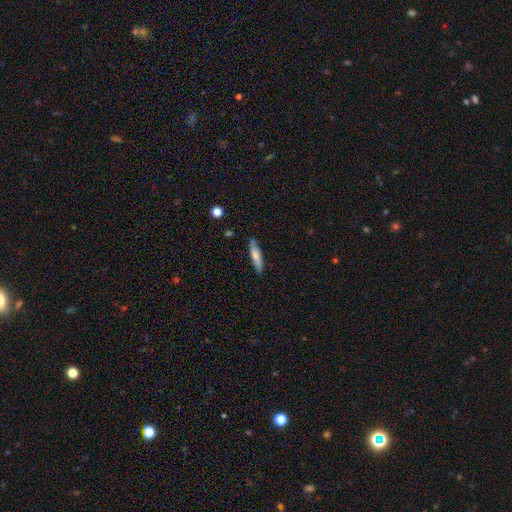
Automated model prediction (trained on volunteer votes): A smooth galaxy with no disk features (70%) that is cigar-shaped (81%).

Vote fractions:
- Smooth or featured? smooth: 70% / featured or disk: 24% / star or artifact: 6%
- How rounded? cigar-shaped: 81% / in between: 17% / round: 2%
- Merging? none: 84% / minor disturbance: 12% / major disturbance: 2% / merger: 2%